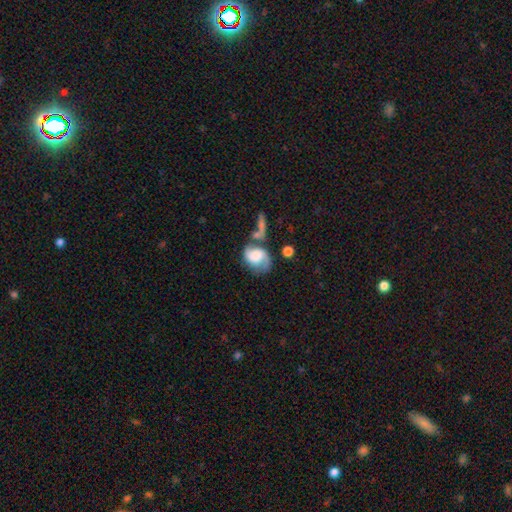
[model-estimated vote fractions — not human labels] A featured or disk galaxy (58%) with no bar (64%), spiral arms (88%) and a large central bulge (35%). Merging: none (39%).